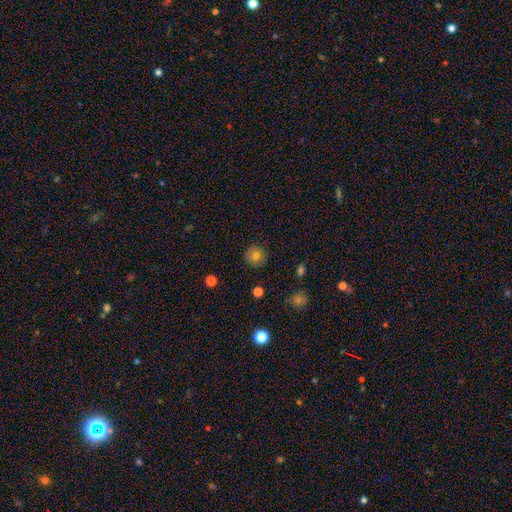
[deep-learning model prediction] This appears to be a smooth galaxy with no disk features (75%) that is round (93%). Merging: none (88%).